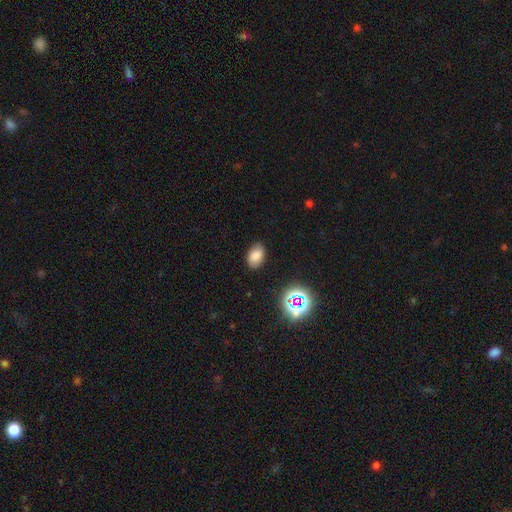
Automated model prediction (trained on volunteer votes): This is likely a smooth galaxy (77%). How rounded: clearly in between (87%). Merging: clearly none (83%).